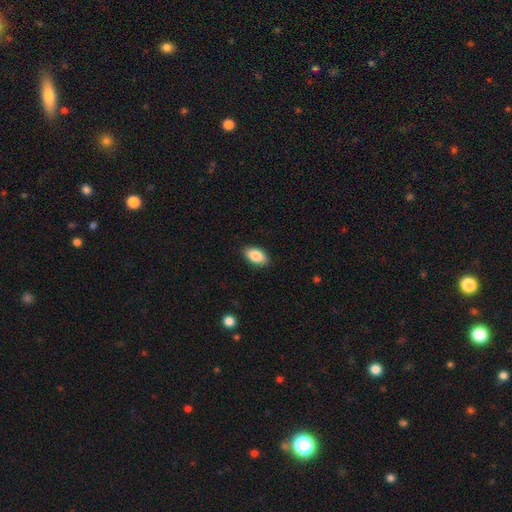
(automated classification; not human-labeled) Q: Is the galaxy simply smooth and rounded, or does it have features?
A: smooth — 86%.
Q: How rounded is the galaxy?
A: in between — 93%.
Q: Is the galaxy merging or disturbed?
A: none — 88%.